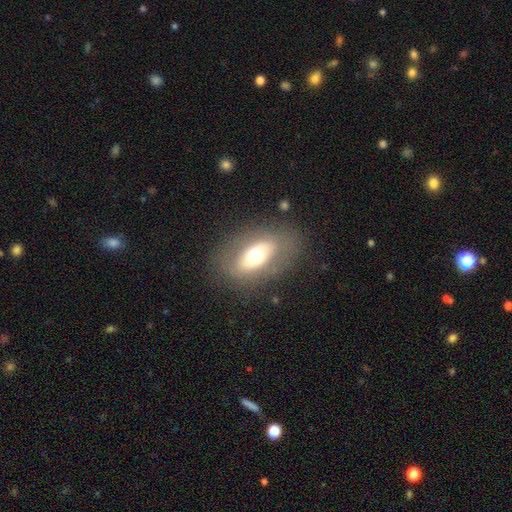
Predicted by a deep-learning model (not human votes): Overall: smooth (50%; featured or disk 40%). How rounded: in between (83%). Merging: none (78%).